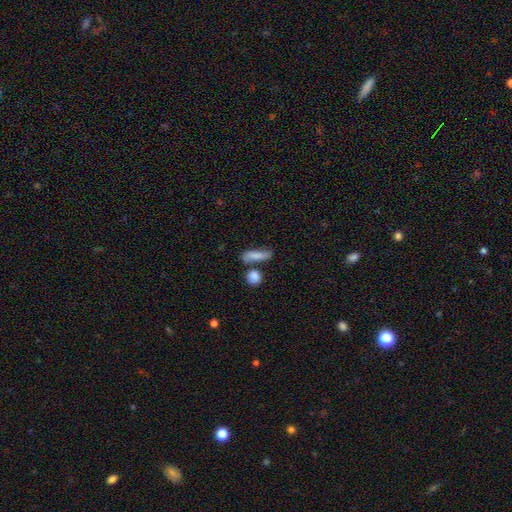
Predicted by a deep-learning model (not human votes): Overall: smooth (75%). How rounded: cigar-shaped (54%; in between 39%). Merging: none (58%; merger 20%).